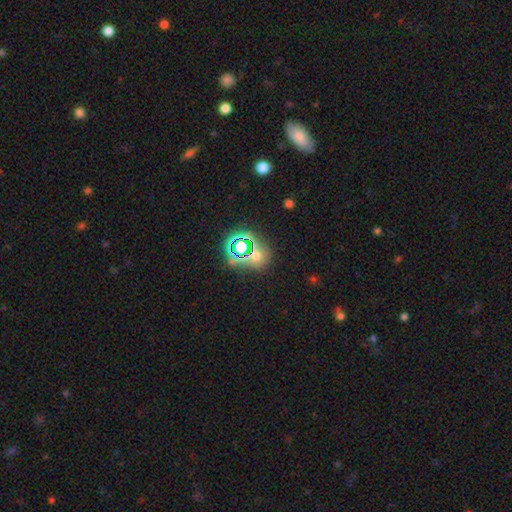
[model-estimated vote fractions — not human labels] star or artifact 53%, smooth 36%, featured or disk 10%.